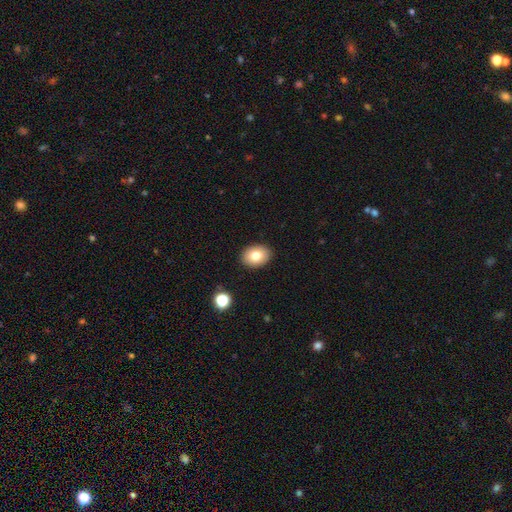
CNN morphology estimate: Smooth or featured? smooth (80%)
How rounded? in between (67%)
Merging? none (90%)